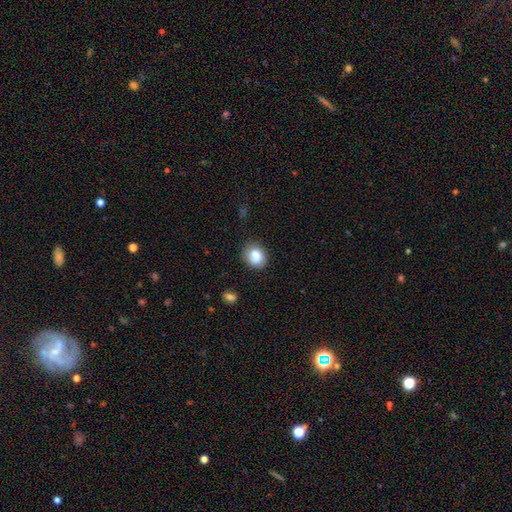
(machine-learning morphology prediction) Smooth or featured?
  - smooth: 83% *
  - star or artifact: 9%
  - featured or disk: 8%
How rounded?
  - round: 56% *
  - in between: 43%
  - cigar-shaped: 1%
Merging?
  - none: 72% *
  - minor disturbance: 19%
  - major disturbance: 5%
  - merger: 4%